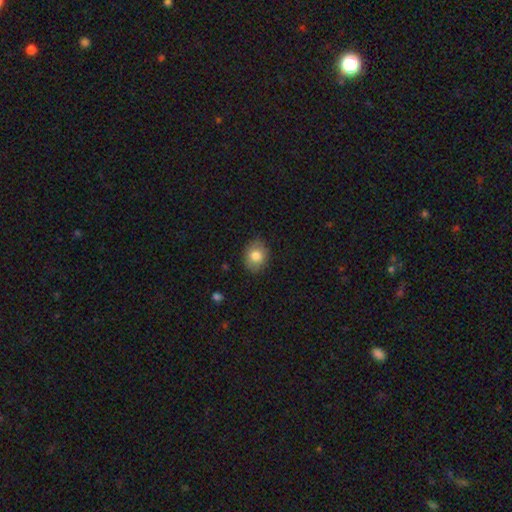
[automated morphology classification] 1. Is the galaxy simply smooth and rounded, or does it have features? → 81% smooth, 10% featured or disk, 9% star or artifact.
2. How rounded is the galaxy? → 50% round, 49% in between, 1% cigar-shaped.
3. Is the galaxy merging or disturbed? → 85% none, 12% minor disturbance, 2% major disturbance, 1% merger.